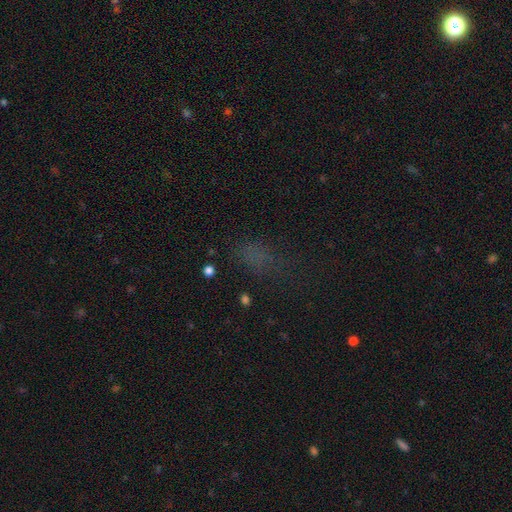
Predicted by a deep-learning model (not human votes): smooth 54%, star or artifact 34%, featured or disk 12%. Down the decision tree: how rounded — in between (74%); merging — none (57%).